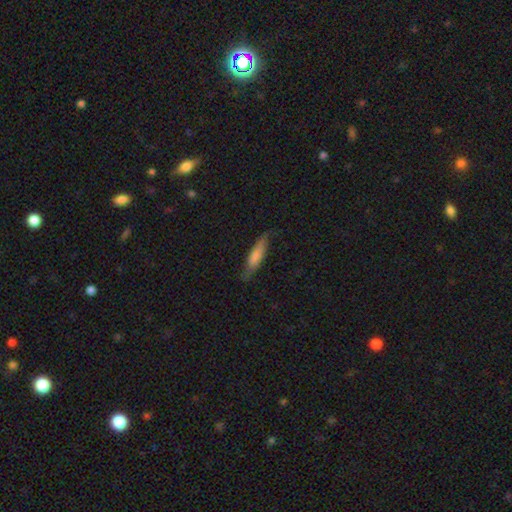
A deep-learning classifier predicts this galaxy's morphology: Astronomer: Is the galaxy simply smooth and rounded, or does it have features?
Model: smooth — 71%.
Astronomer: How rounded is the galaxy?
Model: cigar-shaped — 70%.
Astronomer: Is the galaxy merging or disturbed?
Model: none — 70%.